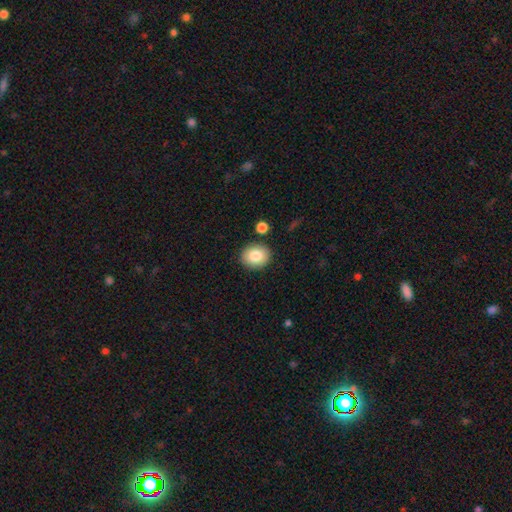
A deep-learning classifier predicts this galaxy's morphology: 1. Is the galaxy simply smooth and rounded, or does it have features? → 83% smooth, 9% featured or disk, 8% star or artifact.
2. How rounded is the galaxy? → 66% round, 33% in between, 1% cigar-shaped.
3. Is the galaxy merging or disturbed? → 86% none, 8% minor disturbance, 4% merger, 2% major disturbance.